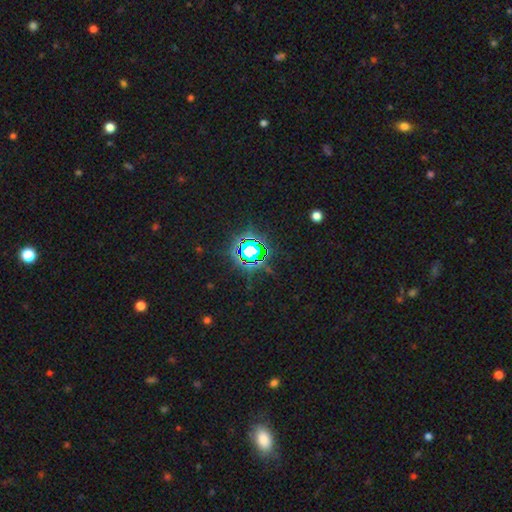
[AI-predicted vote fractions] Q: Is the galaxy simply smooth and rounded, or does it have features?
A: star or artifact — 76%.